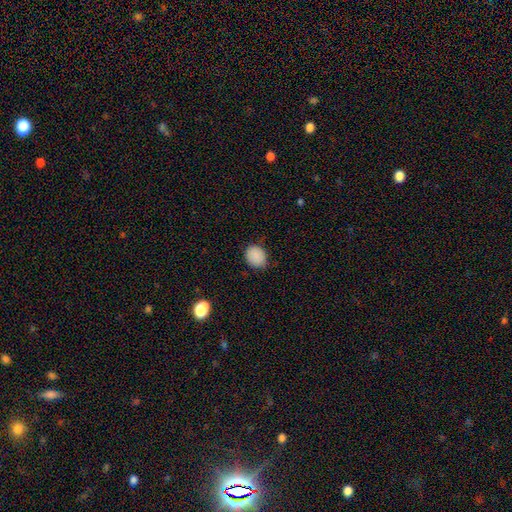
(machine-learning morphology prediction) The model was most divided on "how rounded": round: 62%, in between: 37%, cigar-shaped: 1%. More confident: smooth or featured — smooth (88%); merging — none (77%).